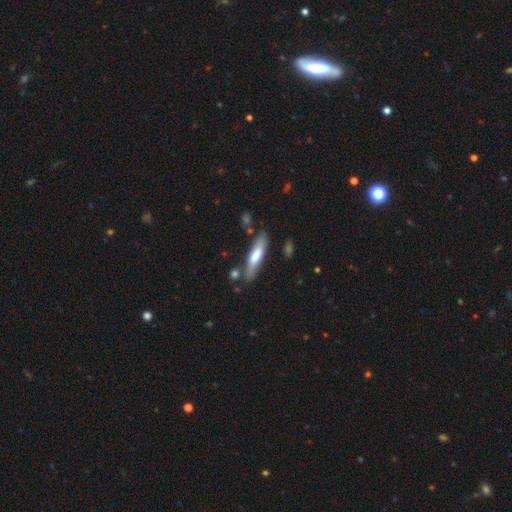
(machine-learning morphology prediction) This appears to be a smooth galaxy with no disk features (64%) that is cigar-shaped (77%). Merging: none (74%).